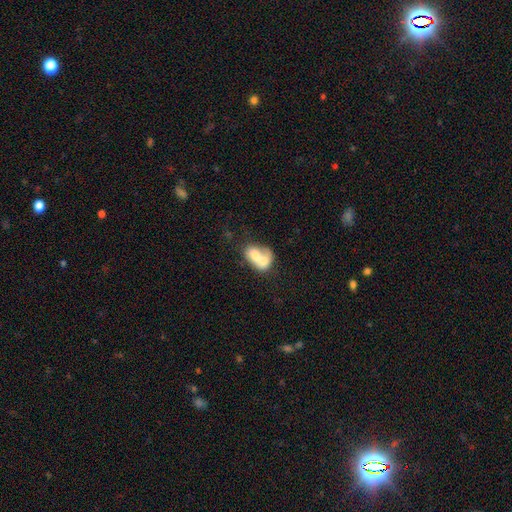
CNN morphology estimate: Smooth or featured: smooth — 62% (featured or disk — 31%)
How rounded: in between — 74% (round — 24%)
Merging: merger — 76% (none — 12%)